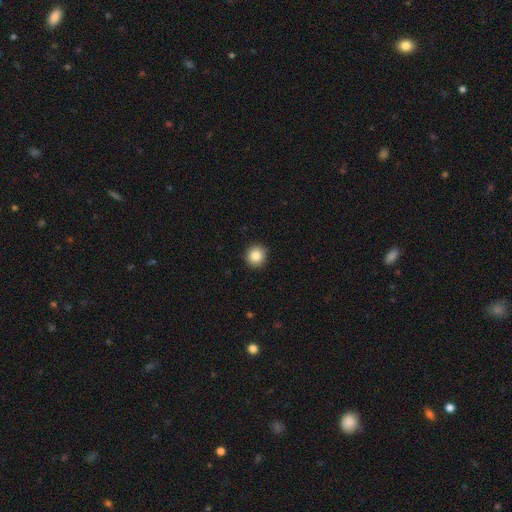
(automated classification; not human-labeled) This appears to be a smooth galaxy with no disk features (85%) that is round (92%). Merging: none (92%).